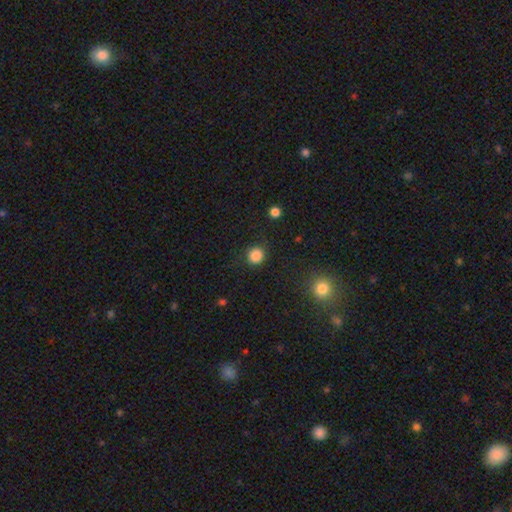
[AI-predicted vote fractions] Q: Smooth or featured?
A: smooth (85%); runner-up: star or artifact (11%)
Q: How rounded?
A: round (88%); runner-up: in between (11%)
Q: Merging?
A: none (85%); runner-up: minor disturbance (9%)